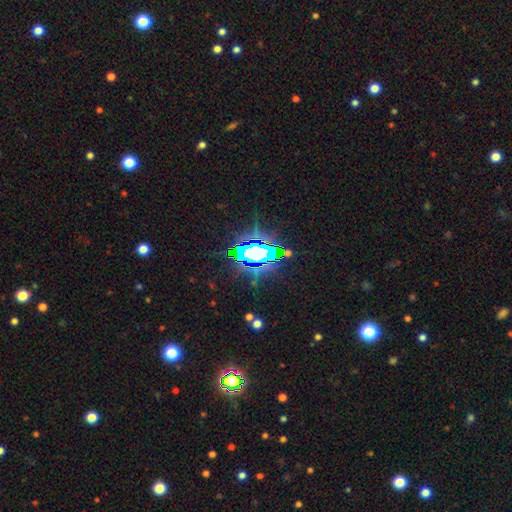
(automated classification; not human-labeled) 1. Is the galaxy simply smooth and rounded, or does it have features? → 67% star or artifact, 17% featured or disk, 16% smooth.